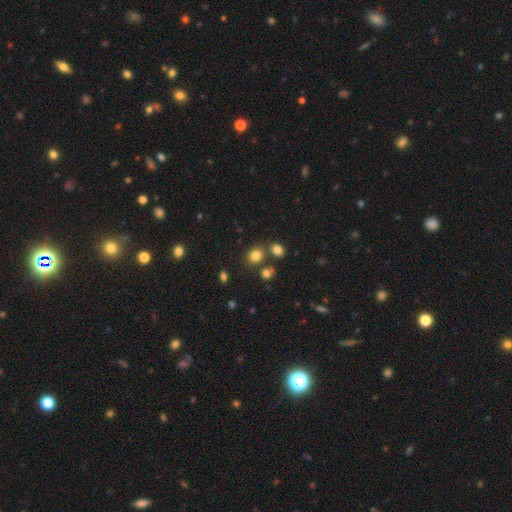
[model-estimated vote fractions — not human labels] smooth-or-featured: smooth: 80% | star or artifact: 13% | featured or disk: 6%
  how-rounded: round: 67% | in between: 32% | cigar-shaped: 1%
  merging: none: 71% | merger: 15% | minor disturbance: 10% | major disturbance: 4%